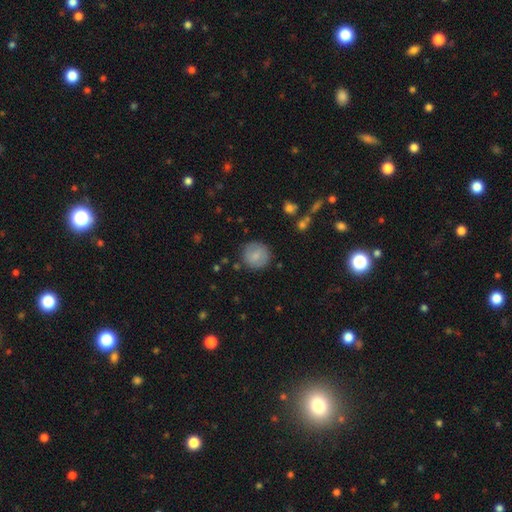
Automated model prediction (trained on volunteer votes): Smooth or featured? Predicted: smooth (p=0.80). How rounded? Predicted: round (p=0.93). Merging? Predicted: none (p=0.85).